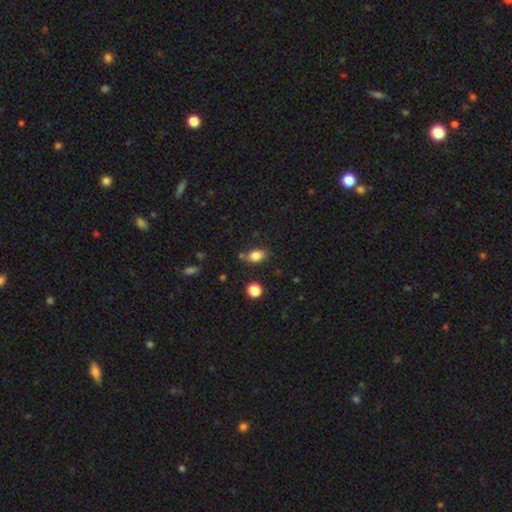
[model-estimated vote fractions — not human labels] Overall: smooth (82%). How rounded: in between (73%). Merging: none (73%).